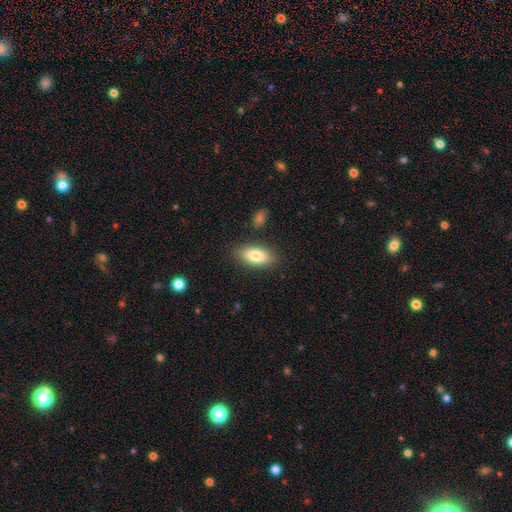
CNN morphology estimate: Overall: smooth (82%). How rounded: in between (85%). Merging: none (84%).